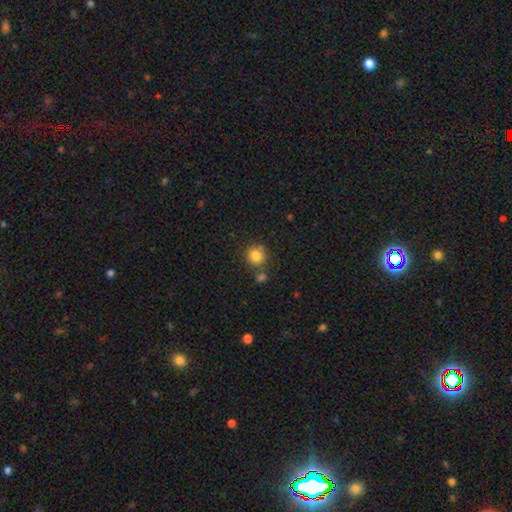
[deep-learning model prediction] Smooth or featured? smooth (83%)
How rounded? round (89%)
Merging? none (71%)